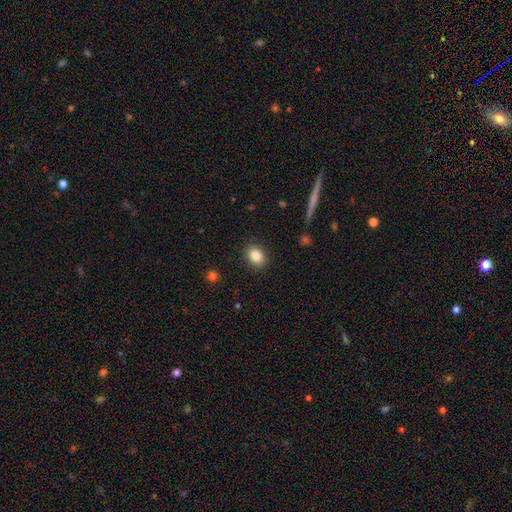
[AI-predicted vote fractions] Smooth or featured? Predicted: smooth (p=0.85). How rounded? Predicted: in between (p=0.67). Merging? Predicted: none (p=0.89).